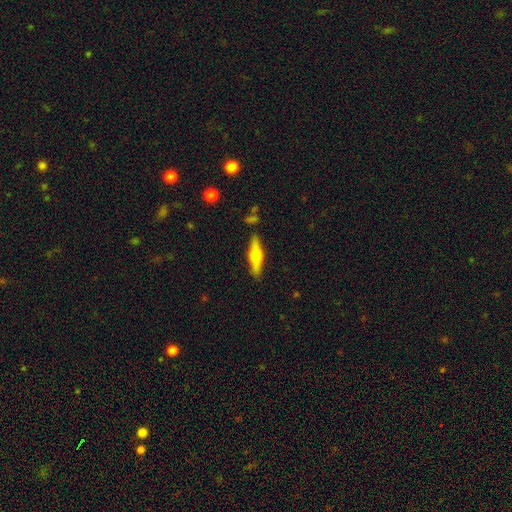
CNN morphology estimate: Q: Smooth or featured?
A: featured or disk (54%); runner-up: smooth (39%)
Q: Edge-on disk?
A: yes (94%); runner-up: no (6%)
Q: Edge-on bulge?
A: rounded (94%); runner-up: boxy (4%)
Q: Merging?
A: none (87%); runner-up: minor disturbance (9%)